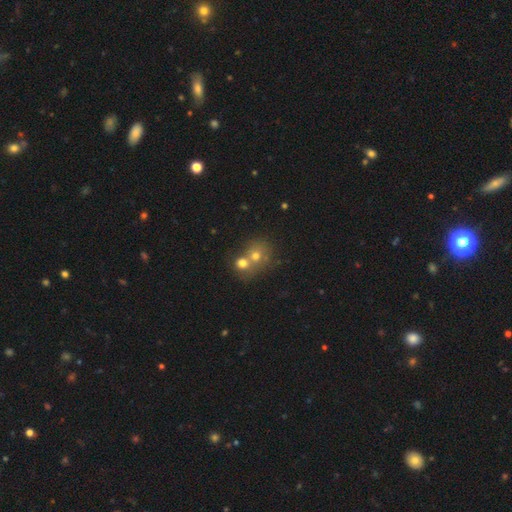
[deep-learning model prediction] This appears to be a smooth galaxy with no disk features (67%) that is round (76%). Merging: merger (62%).